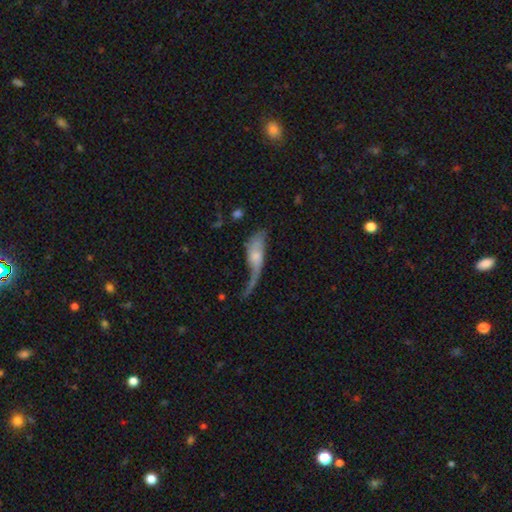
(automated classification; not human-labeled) Smooth or featured?
  - featured or disk: 54% *
  - smooth: 38%
  - star or artifact: 8%
Edge-on disk?
  - no: 84% *
  - yes: 16%
Merging?
  - major disturbance: 49% *
  - none: 23%
  - minor disturbance: 19%
  - merger: 9%